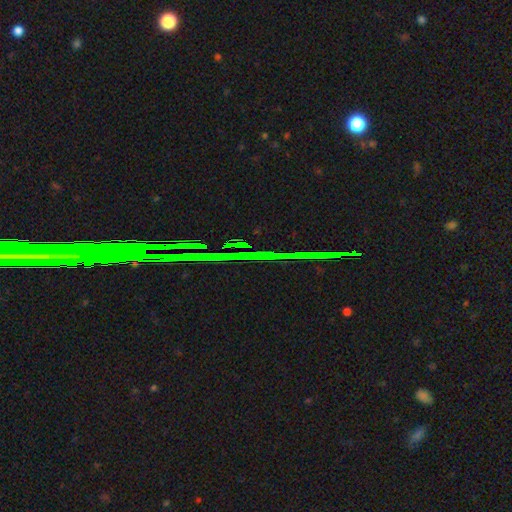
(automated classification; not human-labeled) Smooth or featured: star or artifact — 81% (featured or disk — 10%)